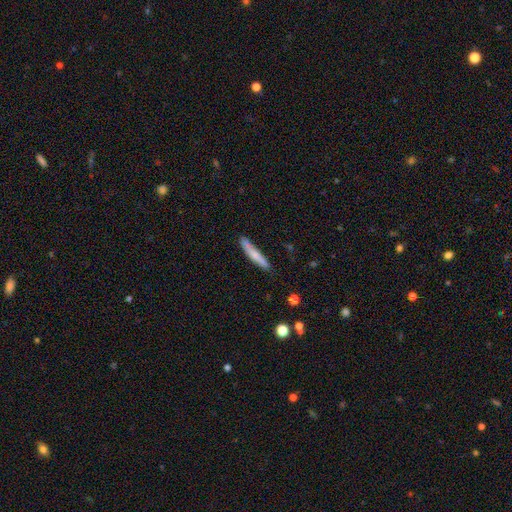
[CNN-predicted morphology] type=smooth (71%); roundness=cigar-shaped (92%); merging=none (76%).